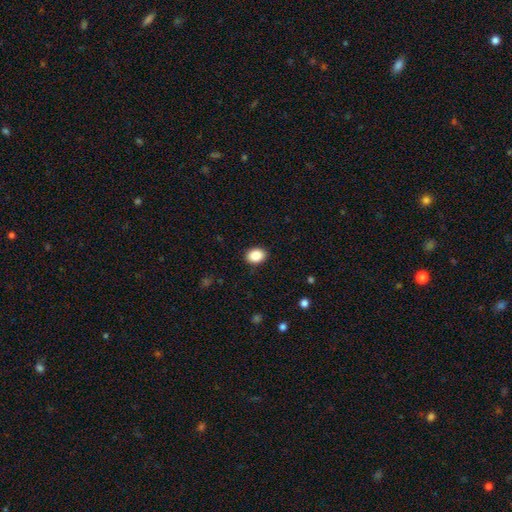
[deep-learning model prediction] Morphology: type=smooth (88%); roundness=in between (65%); merging=none (90%).